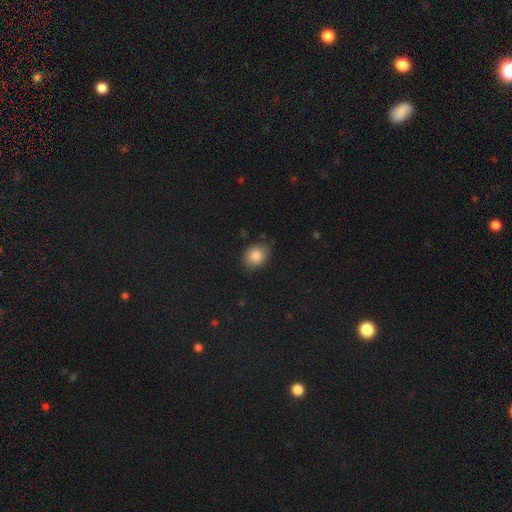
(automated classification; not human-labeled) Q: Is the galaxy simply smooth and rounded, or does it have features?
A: smooth — 85%.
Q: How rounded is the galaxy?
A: in between — 56%.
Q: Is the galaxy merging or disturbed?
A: none — 79%.